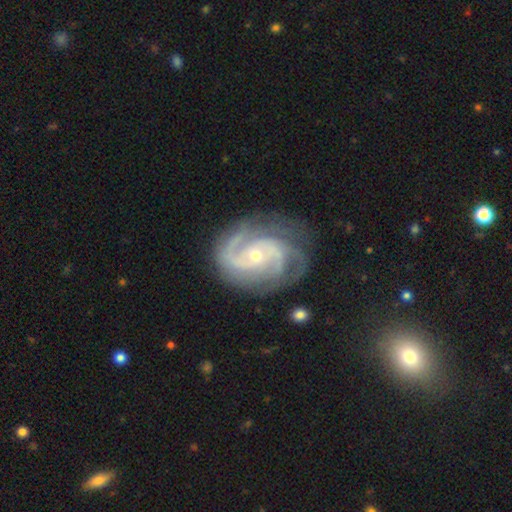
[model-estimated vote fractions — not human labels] Smooth or featured? featured or disk (90%)
Edge-on disk? no (98%)
Bar? no (62%)
Spiral arms? yes (98%)
Spiral winding? tight (50%)
Spiral arm count? 2 (38%)
Bulge size? small (66%)
Merging? none (71%)